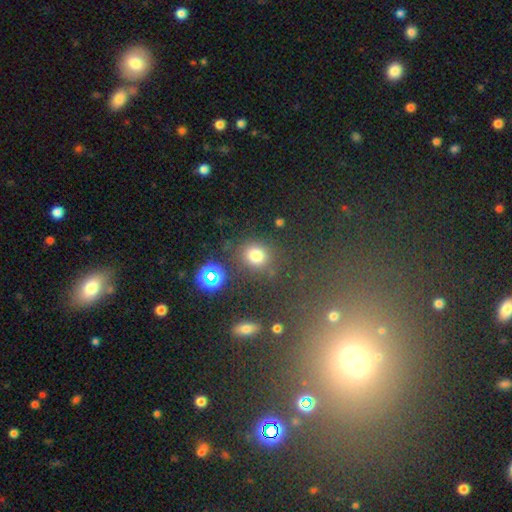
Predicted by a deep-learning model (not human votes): Q: Smooth or featured?
A: smooth (73%); runner-up: star or artifact (19%)
Q: How rounded?
A: round (77%); runner-up: in between (22%)
Q: Merging?
A: none (76%); runner-up: minor disturbance (12%)